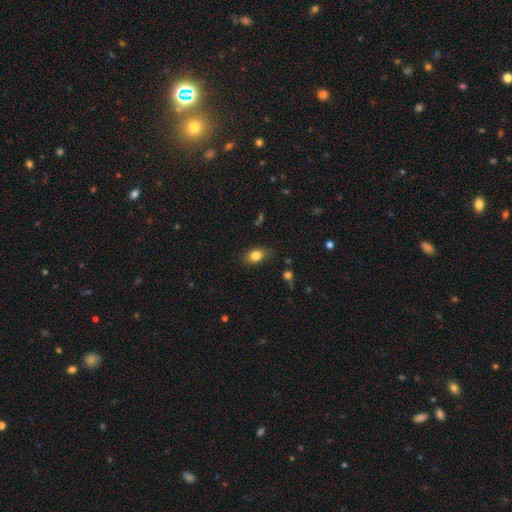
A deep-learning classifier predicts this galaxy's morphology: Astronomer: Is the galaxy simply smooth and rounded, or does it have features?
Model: smooth — 82%.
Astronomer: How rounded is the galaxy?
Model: in between — 82%.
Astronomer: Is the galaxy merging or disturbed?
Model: none — 78%.